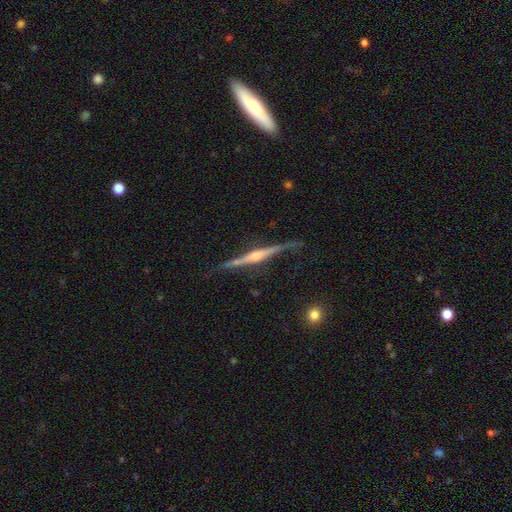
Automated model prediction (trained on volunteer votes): This appears to be a featured or disk galaxy (85%) viewed edge-on (98%) with a rounded central bulge (77%). Merging: none (76%).